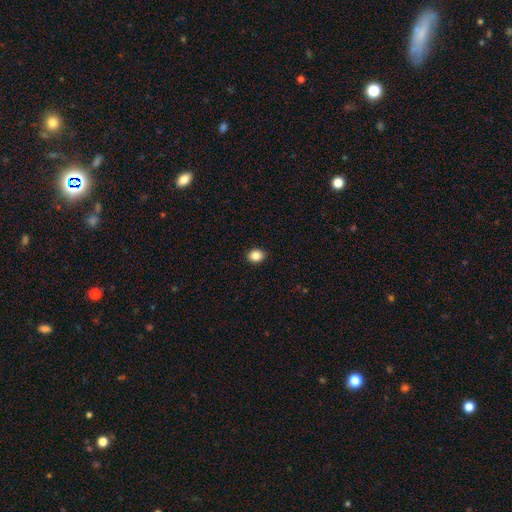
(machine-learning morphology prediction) Smooth or featured? Predicted: smooth (p=0.87). How rounded? Predicted: round (p=0.58). Merging? Predicted: none (p=0.89).